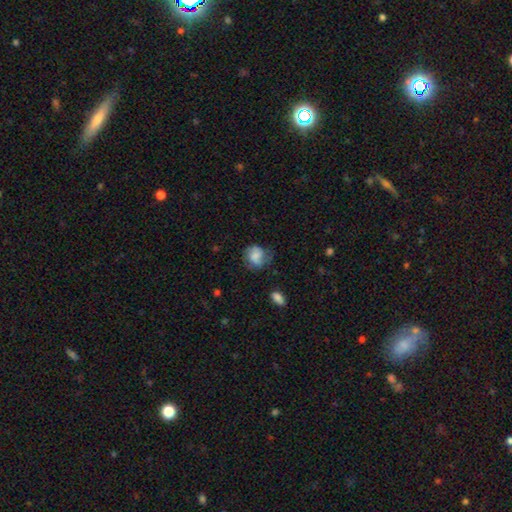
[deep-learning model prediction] The model was most divided on "merging": none: 53%, minor disturbance: 29%, major disturbance: 16%, merger: 2%. More confident: how rounded — round (68%); smooth or featured — smooth (65%).